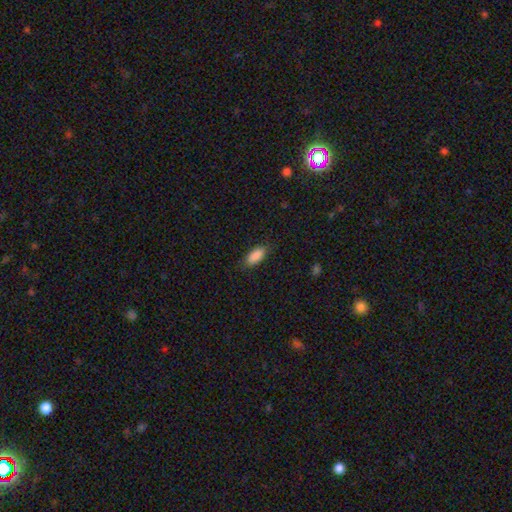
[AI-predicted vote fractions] Smooth or featured? Predicted: smooth (p=0.90). How rounded? Predicted: in between (p=0.86). Merging? Predicted: none (p=0.84).